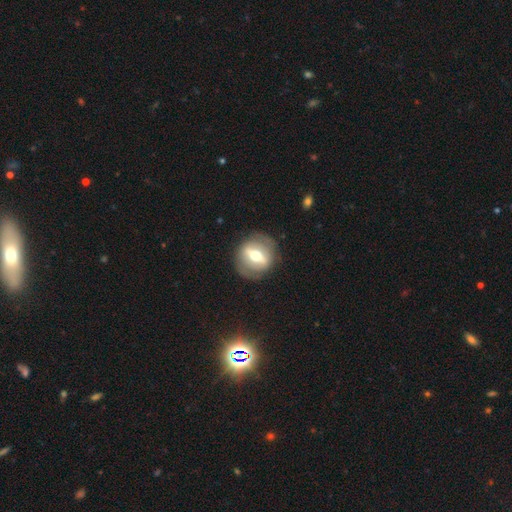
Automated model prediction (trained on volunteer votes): Q: Smooth or featured?
A: featured or disk (67%); runner-up: smooth (27%)
Q: Edge-on disk?
A: no (74%); runner-up: yes (26%)
Q: Merging?
A: none (83%); runner-up: minor disturbance (11%)